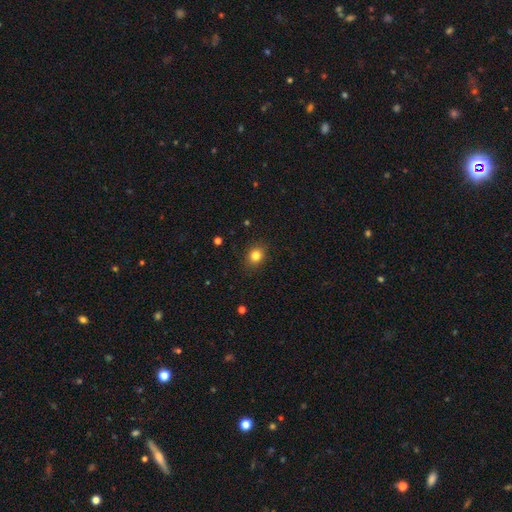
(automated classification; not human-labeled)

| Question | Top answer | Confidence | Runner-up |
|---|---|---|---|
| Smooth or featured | smooth | 82% | star or artifact (12%) |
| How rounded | round | 67% | in between (32%) |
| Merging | none | 88% | minor disturbance (8%) |